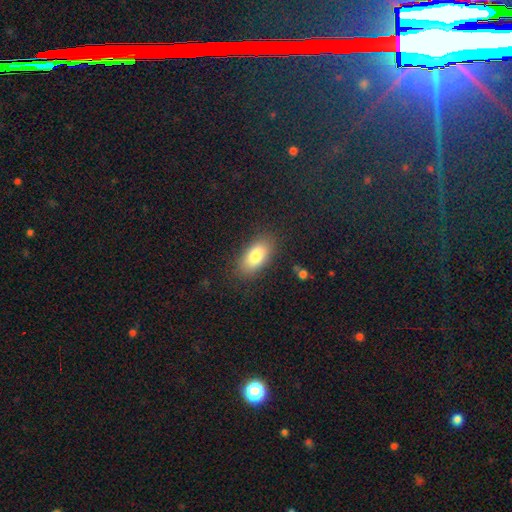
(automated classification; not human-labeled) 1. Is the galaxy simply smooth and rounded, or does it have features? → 80% smooth, 12% featured or disk, 8% star or artifact.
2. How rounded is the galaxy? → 90% in between, 5% cigar-shaped, 5% round.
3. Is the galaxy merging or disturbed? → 84% none, 11% minor disturbance, 4% major disturbance, 1% merger.